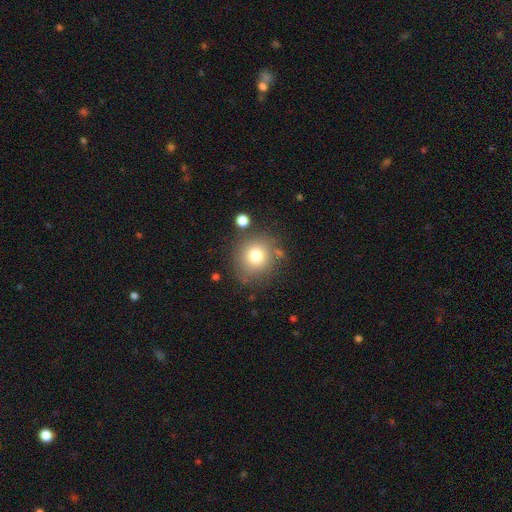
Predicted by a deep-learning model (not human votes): The model was most divided on "smooth or featured": smooth: 76%, star or artifact: 12%, featured or disk: 12%. More confident: how rounded — round (89%); merging — none (78%).